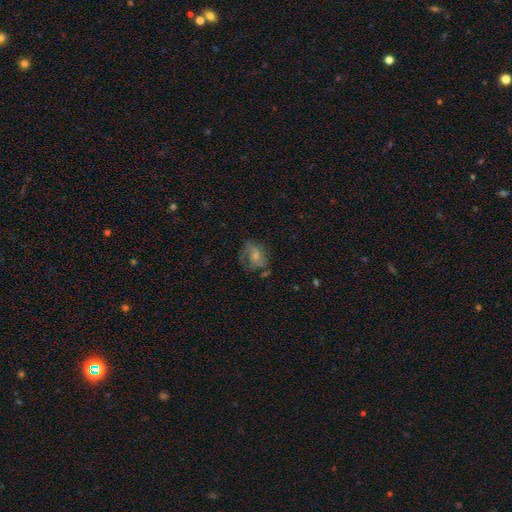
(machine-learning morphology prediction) Smooth or featured: smooth — 49% (featured or disk — 40%)
Merging: none — 44% (minor disturbance — 26%)